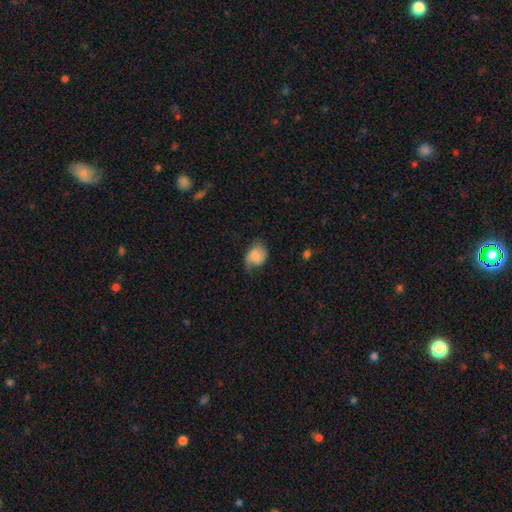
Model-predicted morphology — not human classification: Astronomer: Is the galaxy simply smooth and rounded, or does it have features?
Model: smooth — 58% (runner-up: featured or disk, 33%).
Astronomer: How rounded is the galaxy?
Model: in between — 59% (runner-up: round, 40%).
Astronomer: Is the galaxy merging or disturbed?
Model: none — 49% (runner-up: minor disturbance, 33%).